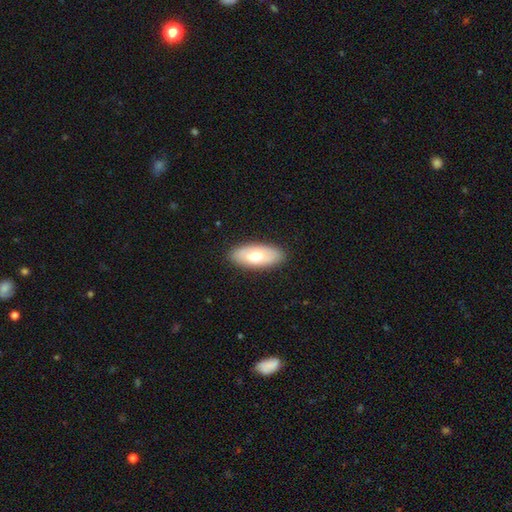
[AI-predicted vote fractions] A smooth galaxy with no disk features (63%) that is in between round and cigar-shaped (88%). Merging: none (87%).